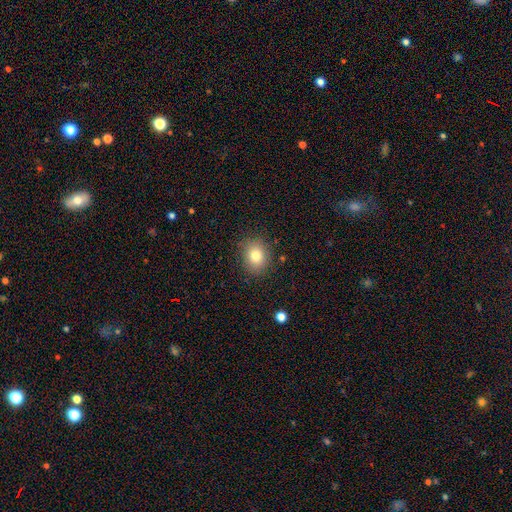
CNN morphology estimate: smooth-or-featured: smooth: 79% | star or artifact: 11% | featured or disk: 10%
  how-rounded: round: 60% | in between: 39% | cigar-shaped: 1%
  merging: none: 85% | minor disturbance: 11% | major disturbance: 3% | merger: 1%